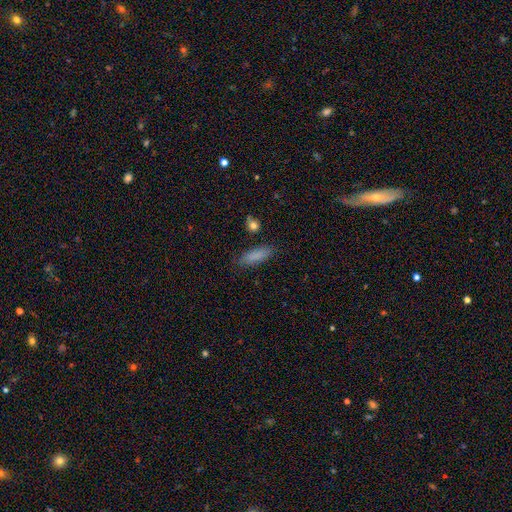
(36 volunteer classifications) Morphology: type=smooth (94%); roundness=in between (56%); merging=none (100%).